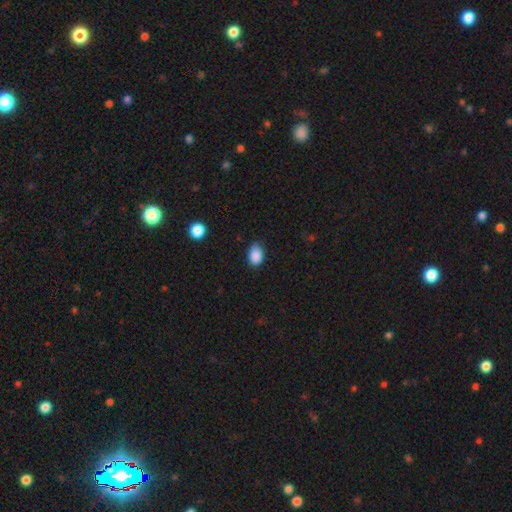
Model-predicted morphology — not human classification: This is clearly a smooth galaxy (88%). How rounded: clearly in between (83%). Merging: likely none (73%).